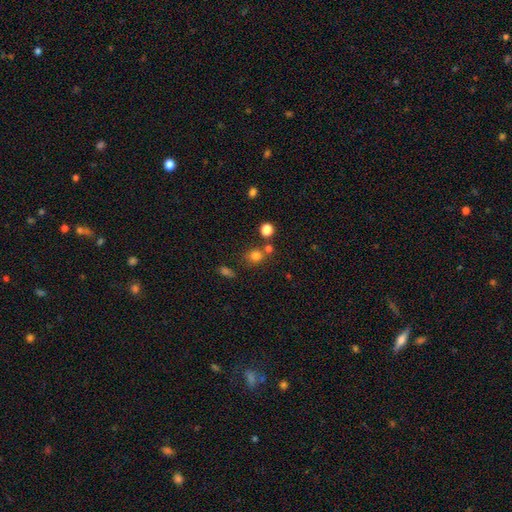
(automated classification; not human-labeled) smooth 76%, star or artifact 17%, featured or disk 7%. Down the decision tree: how rounded — round (76%); merging — none (66%).